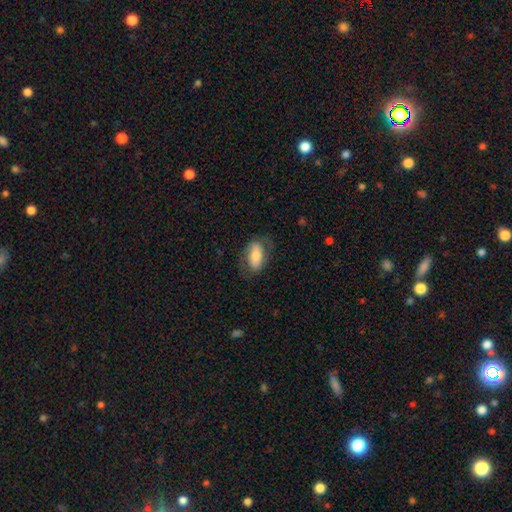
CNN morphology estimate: A smooth galaxy with no disk features (67%) that is in between round and cigar-shaped (86%).

Vote fractions:
- Smooth or featured? smooth: 67% / featured or disk: 27% / star or artifact: 6%
- How rounded? in between: 86% / cigar-shaped: 10% / round: 4%
- Merging? none: 71% / minor disturbance: 19% / major disturbance: 9% / merger: 1%